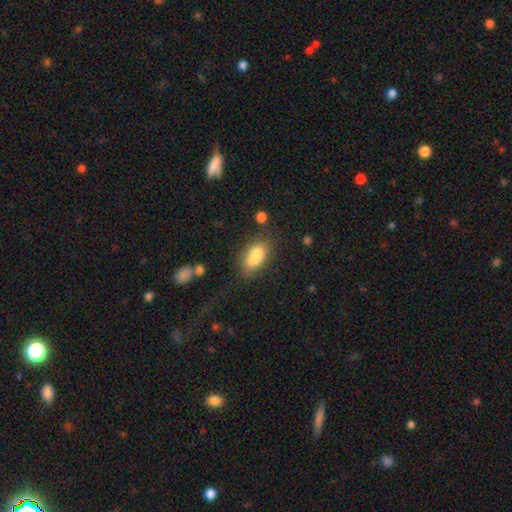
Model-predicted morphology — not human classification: smooth 83%, featured or disk 9%, star or artifact 8%. Down the decision tree: how rounded — in between (85%); merging — none (67%).